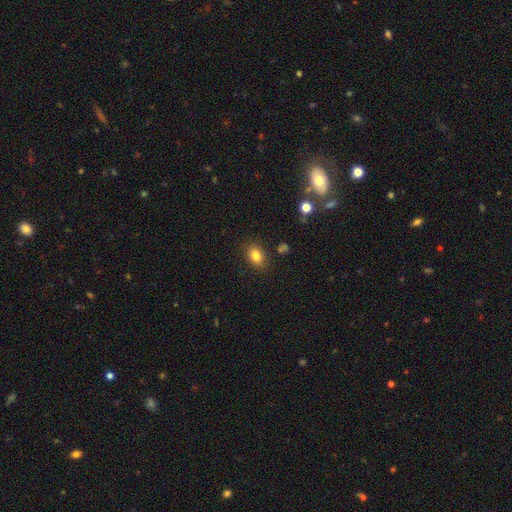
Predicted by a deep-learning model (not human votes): smooth_or_featured: smooth (p=0.83) [alt: star or artifact p=0.10]
how_rounded: in between (p=0.75) [alt: round p=0.24]
merging: none (p=0.85) [alt: minor disturbance p=0.10]